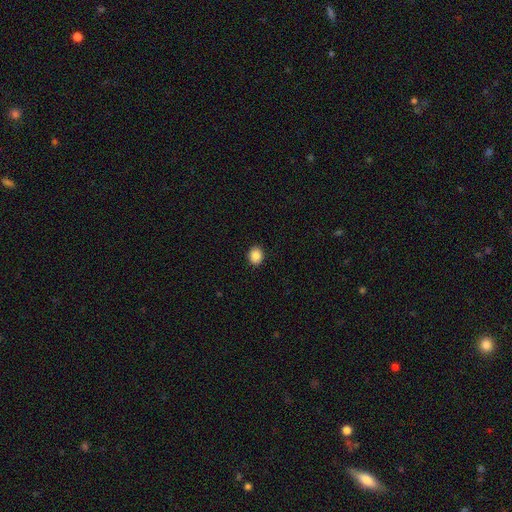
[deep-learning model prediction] A smooth galaxy with no disk features (87%) that is round (61%). Merging: none (92%).